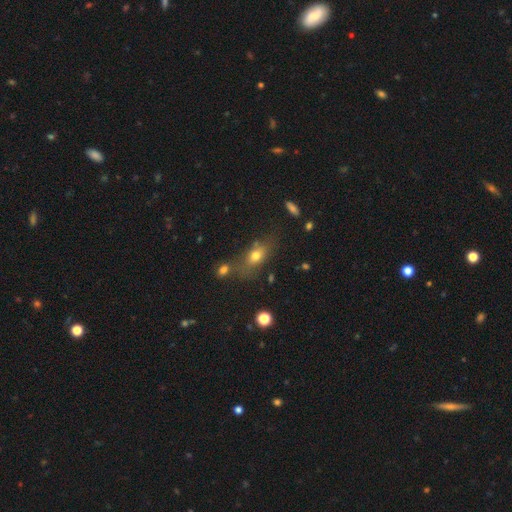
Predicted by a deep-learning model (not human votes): Q: Smooth or featured?
A: smooth (71%); runner-up: featured or disk (17%)
Q: How rounded?
A: in between (76%); runner-up: round (15%)
Q: Merging?
A: none (55%); runner-up: minor disturbance (18%)